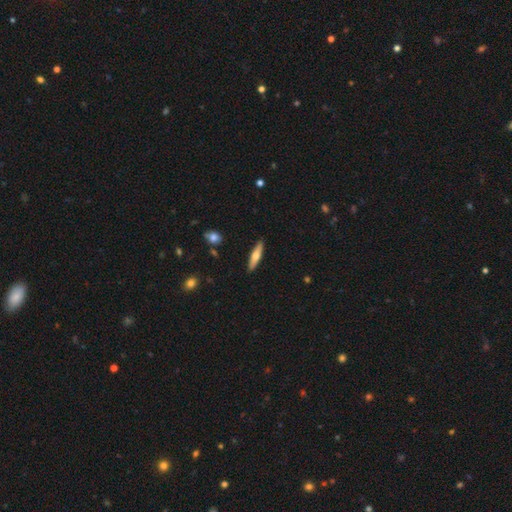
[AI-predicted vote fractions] A smooth galaxy with no disk features (55%) that is cigar-shaped (82%). Merging: none (90%).